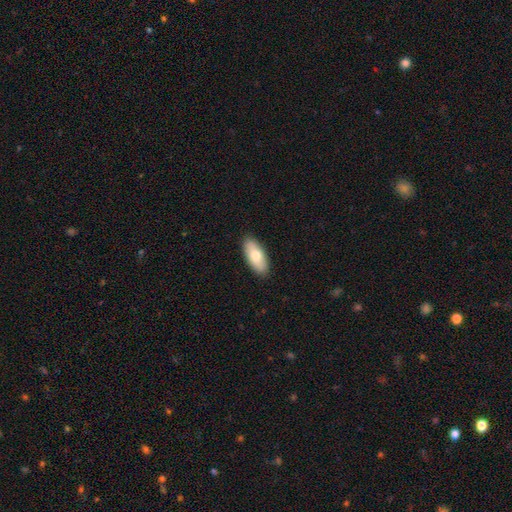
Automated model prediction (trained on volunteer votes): Q: Smooth or featured?
A: smooth (75%); runner-up: featured or disk (20%)
Q: How rounded?
A: in between (86%); runner-up: cigar-shaped (12%)
Q: Merging?
A: none (90%); runner-up: minor disturbance (8%)